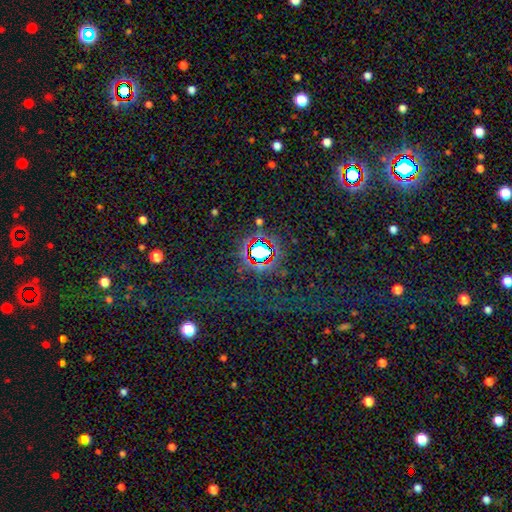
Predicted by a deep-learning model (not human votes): Smooth or featured: star or artifact — 75% (smooth — 15%)